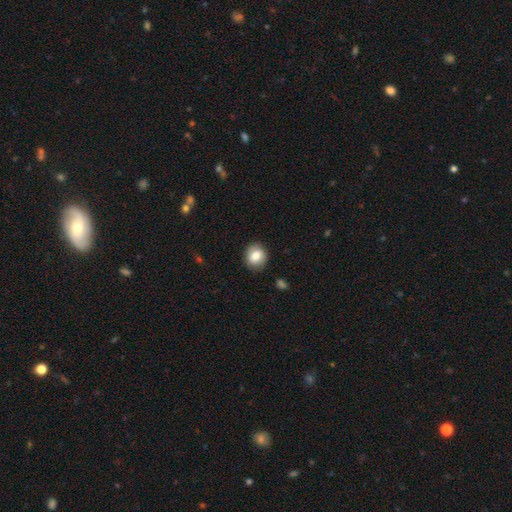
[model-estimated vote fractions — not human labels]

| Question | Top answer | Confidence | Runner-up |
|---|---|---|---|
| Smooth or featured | smooth | 81% | featured or disk (10%) |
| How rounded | round | 72% | in between (27%) |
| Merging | none | 88% | minor disturbance (9%) |